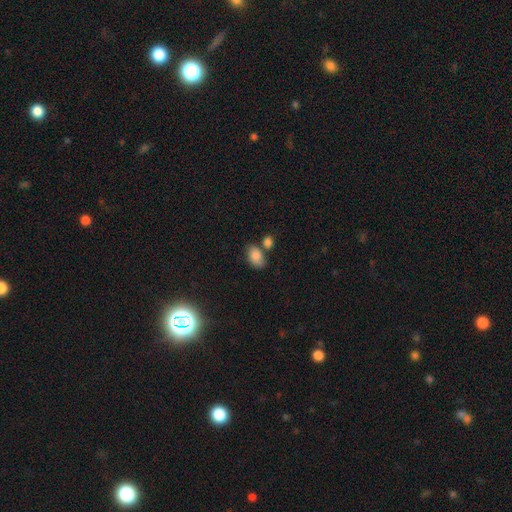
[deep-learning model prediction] Smooth or featured?
  - smooth: 83% *
  - star or artifact: 9%
  - featured or disk: 8%
How rounded?
  - in between: 86% *
  - round: 13%
  - cigar-shaped: 1%
Merging?
  - none: 53% *
  - merger: 23%
  - minor disturbance: 18%
  - major disturbance: 6%